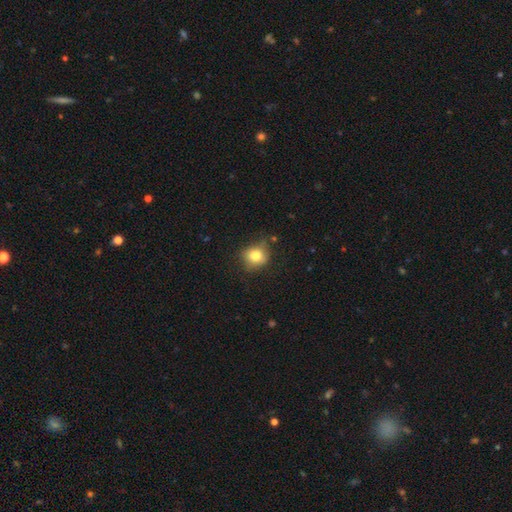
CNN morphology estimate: type=smooth (79%); roundness=round (75%); merging=none (71%).